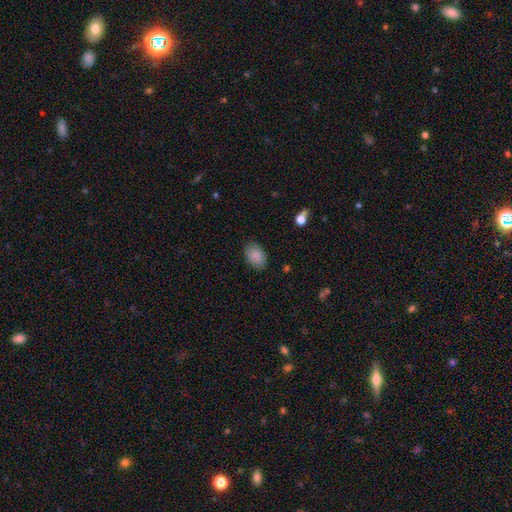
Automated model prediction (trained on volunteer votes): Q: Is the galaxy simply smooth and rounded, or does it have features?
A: smooth — 88%.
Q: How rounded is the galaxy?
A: in between — 84%.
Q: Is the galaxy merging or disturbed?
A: none — 85%.